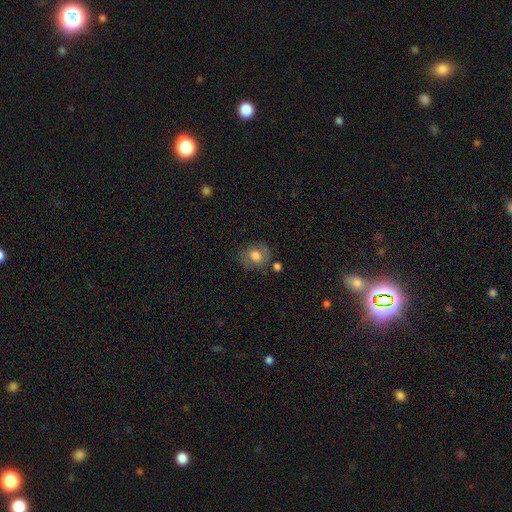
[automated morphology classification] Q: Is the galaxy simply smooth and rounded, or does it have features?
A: smooth — 69%.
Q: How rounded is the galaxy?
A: round — 59%.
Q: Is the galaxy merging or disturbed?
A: none — 67%.